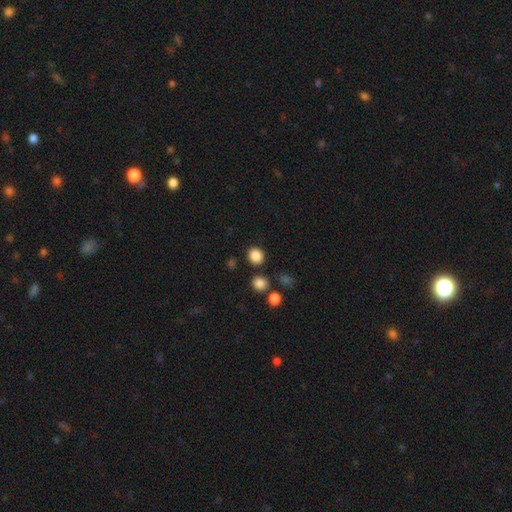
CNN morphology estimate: The model was most divided on "how rounded": round: 87%, in between: 12%, cigar-shaped: 1%. More confident: smooth or featured — smooth (86%); merging — none (86%).